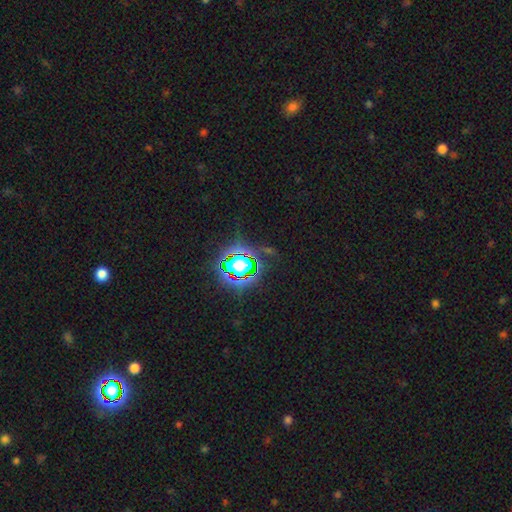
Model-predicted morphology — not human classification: The model was most divided on "smooth or featured": star or artifact: 82%, smooth: 11%, featured or disk: 7%.